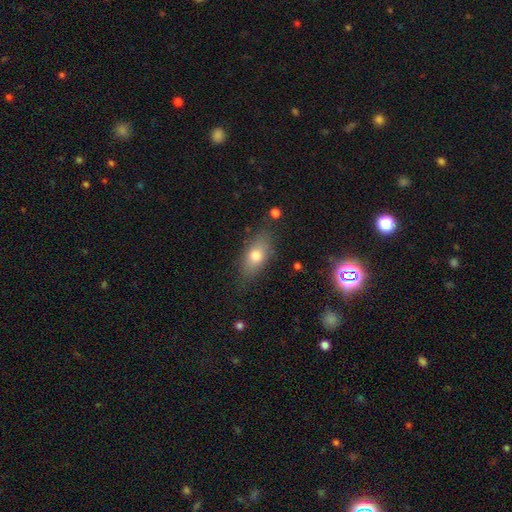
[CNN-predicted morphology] This is likely a smooth galaxy (74%). How rounded: clearly in between (81%). Merging: likely none (77%).